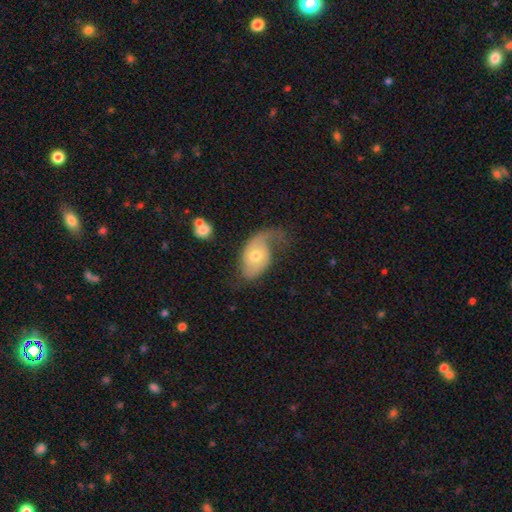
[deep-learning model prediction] Smooth or featured?
  - featured or disk: 64% *
  - smooth: 30%
  - star or artifact: 7%
Edge-on disk?
  - no: 95% *
  - yes: 5%
Bar?
  - no: 70% *
  - weak: 25%
  - strong: 5%
Spiral arms?
  - yes: 85% *
  - no: 15%
Spiral winding?
  - loose: 56% *
  - medium: 30%
  - tight: 14%
Spiral arm count?
  - 1: 49% *
  - 2: 41%
  - can't tell: 7%
  - 3: 1%
  - 4: 1%
  - more than 4: 1%
Bulge size?
  - moderate: 60% *
  - small: 33%
  - large: 5%
  - none: 1%
  - dominant: 1%
Merging?
  - none: 36% *
  - major disturbance: 35%
  - minor disturbance: 26%
  - merger: 3%